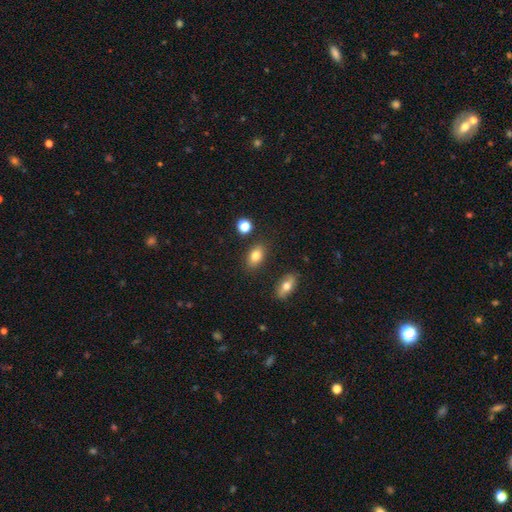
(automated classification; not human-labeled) Smooth or featured?
  - smooth: 80% *
  - featured or disk: 11%
  - star or artifact: 9%
How rounded?
  - in between: 85% *
  - round: 12%
  - cigar-shaped: 3%
Merging?
  - none: 83% *
  - minor disturbance: 10%
  - merger: 4%
  - major disturbance: 3%